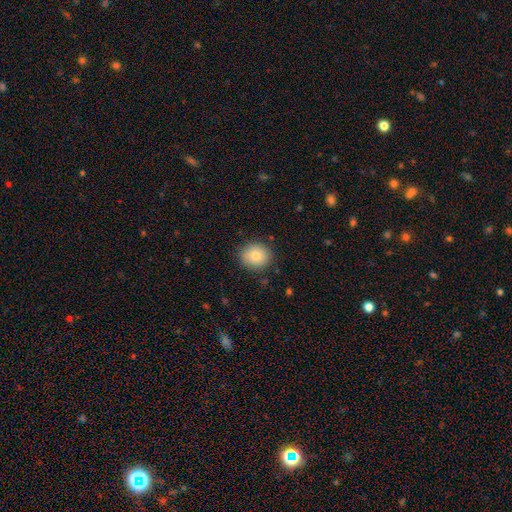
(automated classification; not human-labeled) Smooth or featured? Predicted: smooth (p=0.82). How rounded? Predicted: round (p=0.80). Merging? Predicted: none (p=0.87).